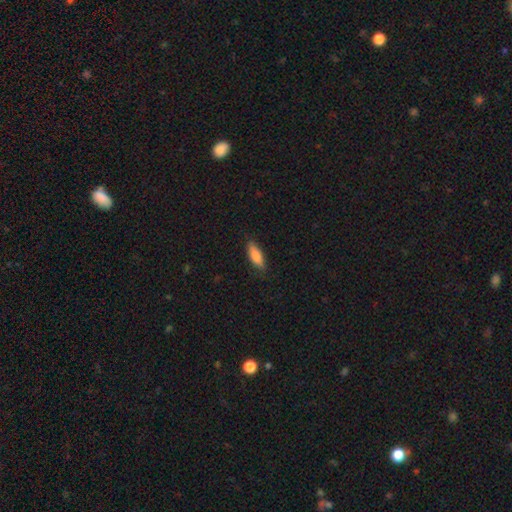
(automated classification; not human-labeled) Morphology: type=smooth (82%); roundness=in between (60%); merging=none (84%).